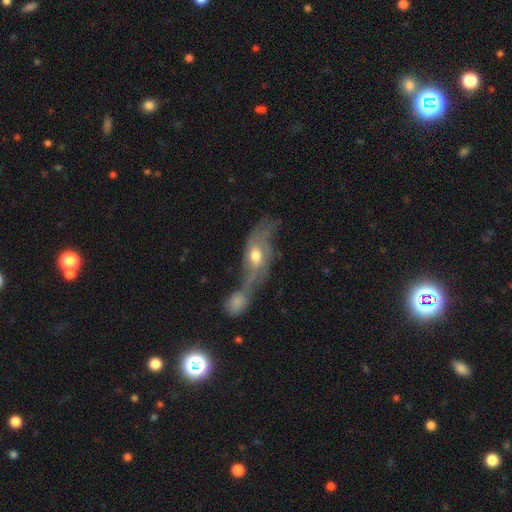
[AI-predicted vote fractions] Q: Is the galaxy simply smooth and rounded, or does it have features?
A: featured or disk — 61%.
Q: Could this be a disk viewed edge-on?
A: no — 81%.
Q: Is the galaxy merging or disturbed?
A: merger — 55%.